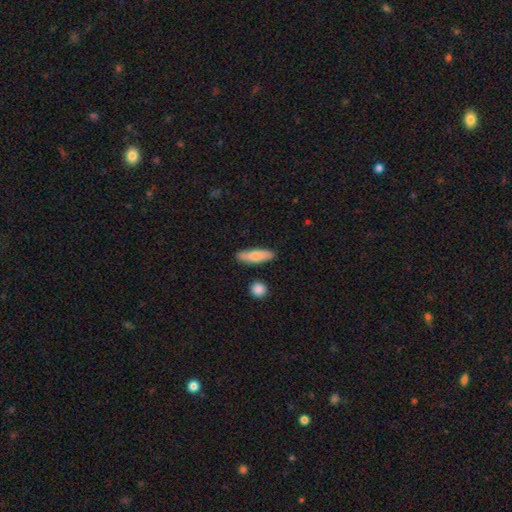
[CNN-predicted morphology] This appears to be a smooth galaxy with no disk features (77%) that is cigar-shaped (54%). Merging: none (84%).